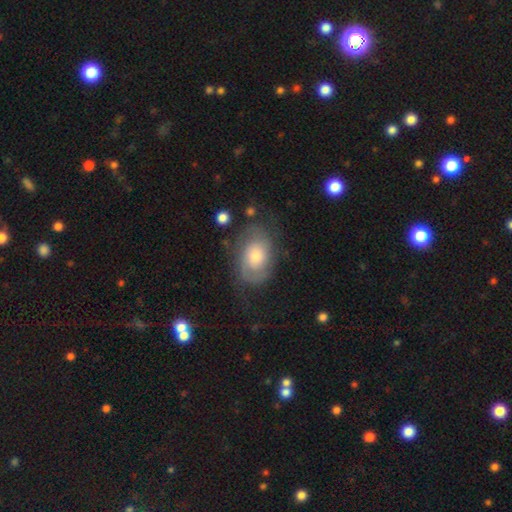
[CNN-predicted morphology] A featured or disk galaxy (60%) with no bar (79%), spiral arms (84%) and a moderate central bulge (62%).

Vote fractions:
- Smooth or featured? featured or disk: 60% / smooth: 27% / star or artifact: 12%
- Edge-on disk? no: 96% / yes: 4%
- Bar? no: 79% / weak: 18% / strong: 3%
- Spiral arms? yes: 84% / no: 16%
- Bulge size? moderate: 62% / small: 23% / large: 11% / none: 2% / dominant: 2%
- Merging? none: 74% / minor disturbance: 17% / major disturbance: 8% / merger: 2%